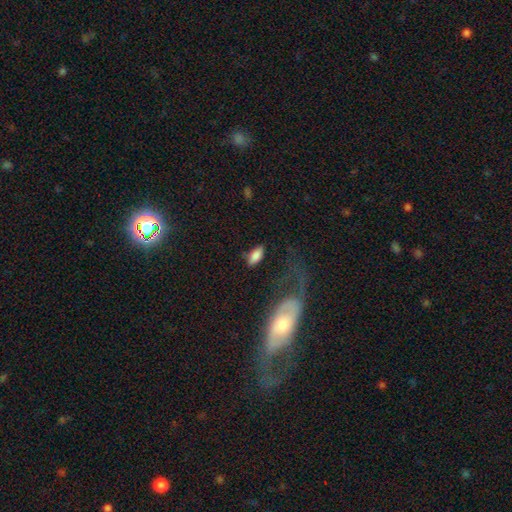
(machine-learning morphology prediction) Overall: smooth (84%). How rounded: in between (90%). Merging: none (76%).